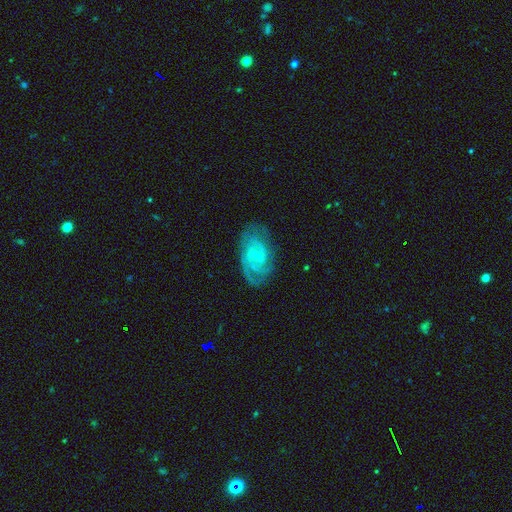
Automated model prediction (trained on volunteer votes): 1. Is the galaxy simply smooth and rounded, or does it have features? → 85% featured or disk, 9% smooth, 5% star or artifact.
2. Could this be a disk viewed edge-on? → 97% no, 3% yes.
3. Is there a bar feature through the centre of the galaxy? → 46% weak, 45% no, 9% strong.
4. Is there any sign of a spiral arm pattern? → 96% yes, 4% no.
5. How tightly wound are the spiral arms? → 51% tight, 39% medium, 9% loose.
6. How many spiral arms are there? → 48% 2, 20% 3, 19% can't tell, 5% 4, 5% 1, 4% more than 4.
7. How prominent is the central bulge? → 75% small, 20% moderate, 3% none, 1% large, 1% dominant.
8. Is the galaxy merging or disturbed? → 73% none, 19% minor disturbance, 7% major disturbance, 1% merger.